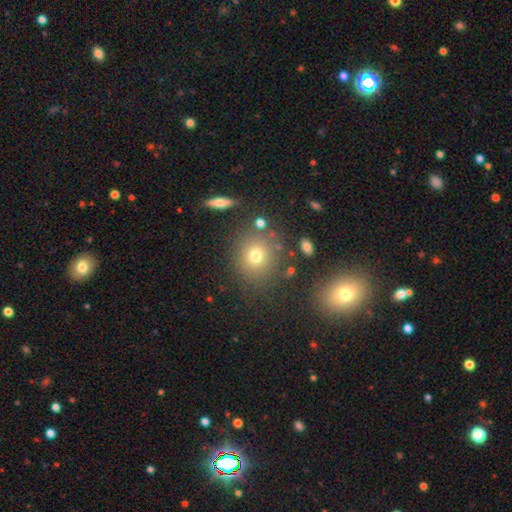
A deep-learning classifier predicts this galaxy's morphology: smooth_or_featured: smooth (p=0.71) [alt: star or artifact p=0.17]
how_rounded: round (p=0.80) [alt: in between p=0.19]
merging: none (p=0.81) [alt: minor disturbance p=0.10]